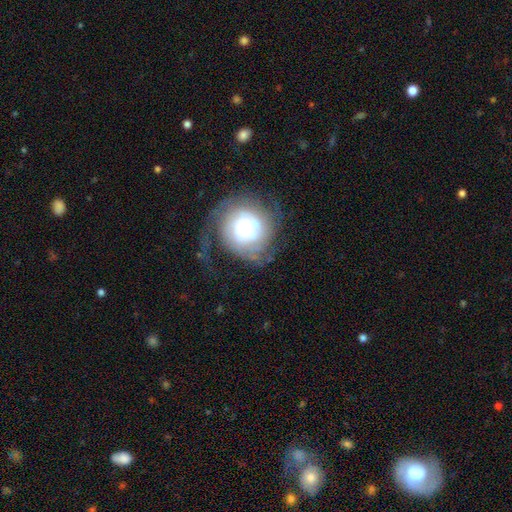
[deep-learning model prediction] Smooth or featured?
  - featured or disk: 68% *
  - smooth: 23%
  - star or artifact: 9%
Edge-on disk?
  - no: 97% *
  - yes: 3%
Bar?
  - no: 78% *
  - weak: 18%
  - strong: 5%
Spiral arms?
  - yes: 90% *
  - no: 10%
Spiral winding?
  - tight: 52% *
  - medium: 31%
  - loose: 17%
Spiral arm count?
  - 2: 32% * (tied)
  - can't tell: 32% * (tied)
  - 3: 14%
  - 1: 9%
  - 4: 7%
  - more than 4: 6%
Bulge size?
  - moderate: 32% *
  - small: 28%
  - large: 28%
  - dominant: 9%
  - none: 3%
Merging?
  - none: 61% *
  - major disturbance: 20%
  - minor disturbance: 18%
  - merger: 2%